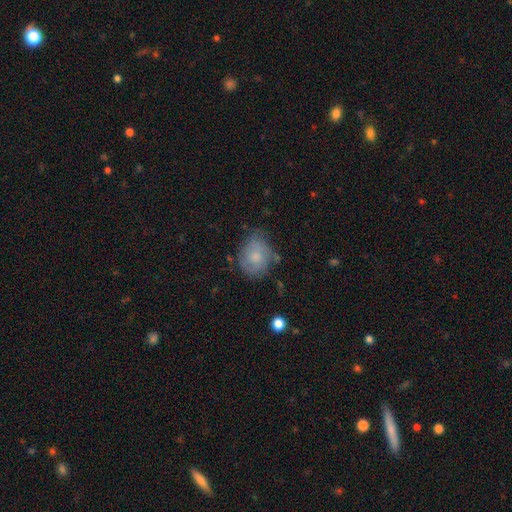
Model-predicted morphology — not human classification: smooth-or-featured: smooth: 61% | featured or disk: 31% | star or artifact: 8%
  how-rounded: round: 55% | in between: 44% | cigar-shaped: 1%
  merging: none: 53% | minor disturbance: 32% | major disturbance: 11% | merger: 3%